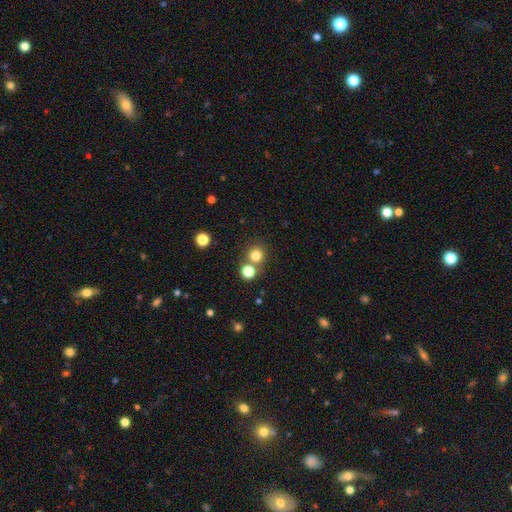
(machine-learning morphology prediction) This appears to be a smooth galaxy with no disk features (78%) that is round (93%). Merging: none (69%).